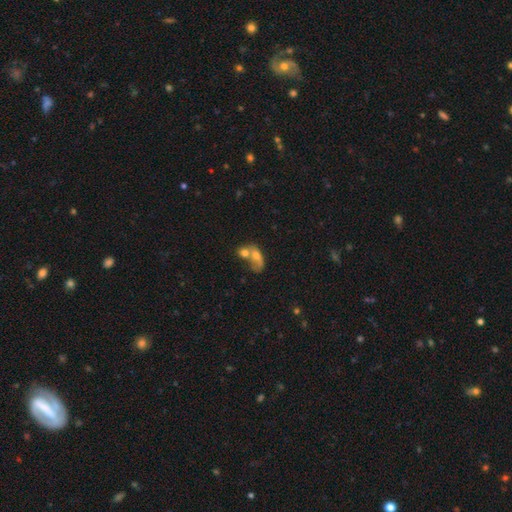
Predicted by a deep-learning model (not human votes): This appears to be a smooth galaxy with no disk features (59%) that is in between round and cigar-shaped (72%). Merging: merger (65%).